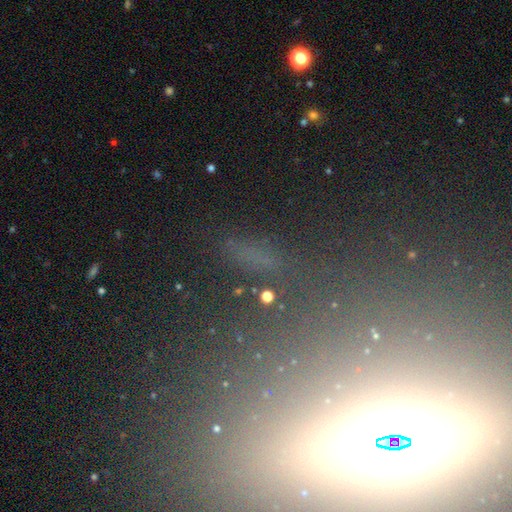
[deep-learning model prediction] smooth-or-featured: star or artifact: 55% | smooth: 24% | featured or disk: 21%